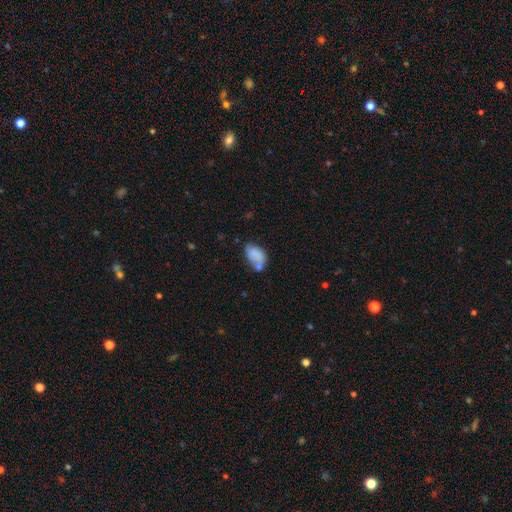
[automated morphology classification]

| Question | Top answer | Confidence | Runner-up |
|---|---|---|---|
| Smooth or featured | smooth | 74% | featured or disk (17%) |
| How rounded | in between | 87% | round (12%) |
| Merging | none | 37% | merger (26%) |